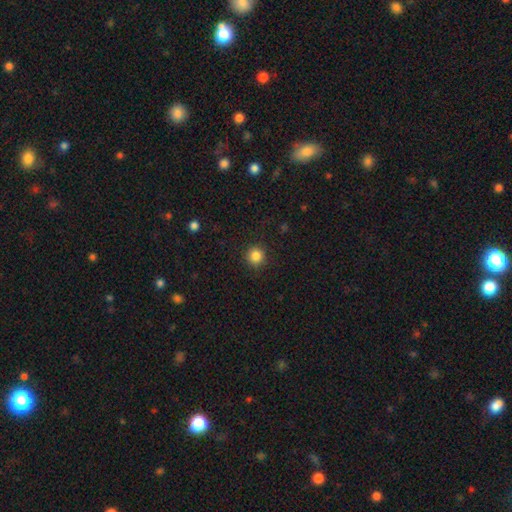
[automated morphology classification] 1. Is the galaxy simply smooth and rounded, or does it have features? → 85% smooth, 11% star or artifact, 4% featured or disk.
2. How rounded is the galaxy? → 95% round, 4% in between, 1% cigar-shaped.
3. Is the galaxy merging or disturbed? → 91% none, 6% minor disturbance, 2% major disturbance, 1% merger.